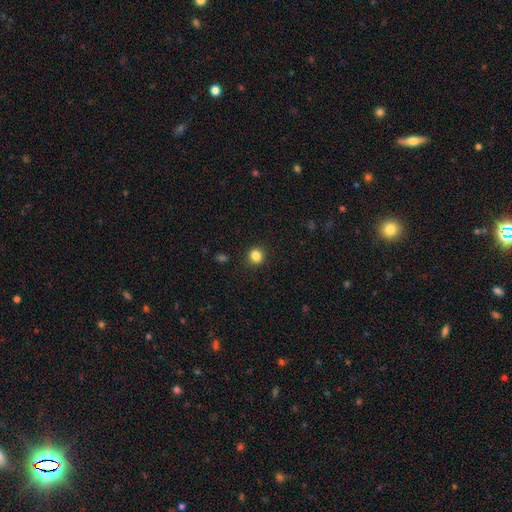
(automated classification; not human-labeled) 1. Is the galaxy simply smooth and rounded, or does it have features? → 84% smooth, 11% star or artifact, 5% featured or disk.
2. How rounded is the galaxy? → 78% round, 22% in between, 1% cigar-shaped.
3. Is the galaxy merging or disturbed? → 90% none, 7% minor disturbance, 2% major disturbance, 1% merger.